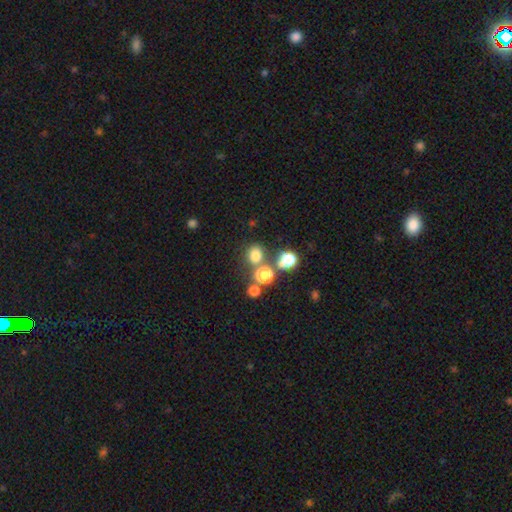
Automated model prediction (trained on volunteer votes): smooth 72%, star or artifact 20%, featured or disk 7%. Down the decision tree: how rounded — round (76%); merging — none (64%).